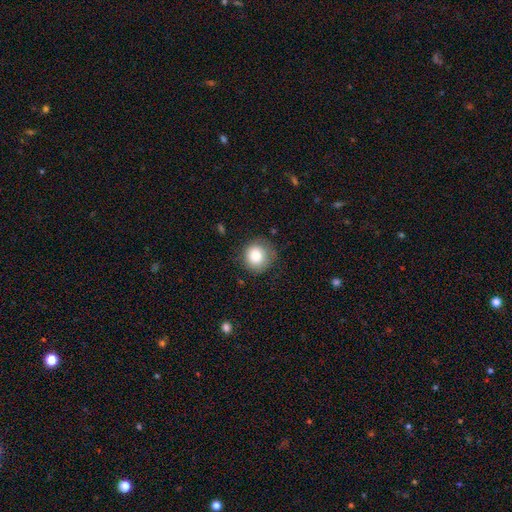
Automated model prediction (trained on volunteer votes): This is clearly a smooth galaxy (82%). How rounded: clearly round (92%). Merging: likely none (77%).